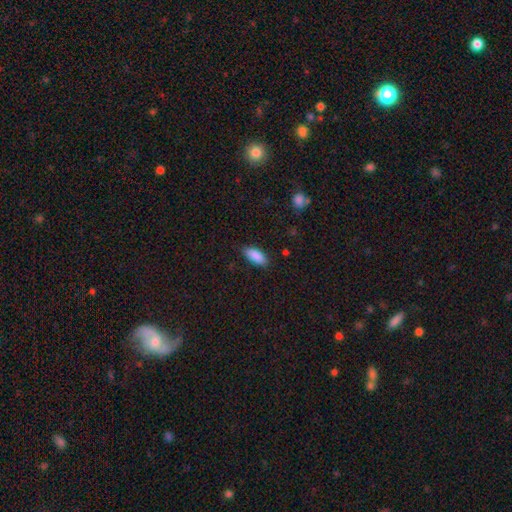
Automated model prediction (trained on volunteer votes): smooth 89%, star or artifact 7%, featured or disk 4%. Down the decision tree: how rounded — in between (81%); merging — none (85%).